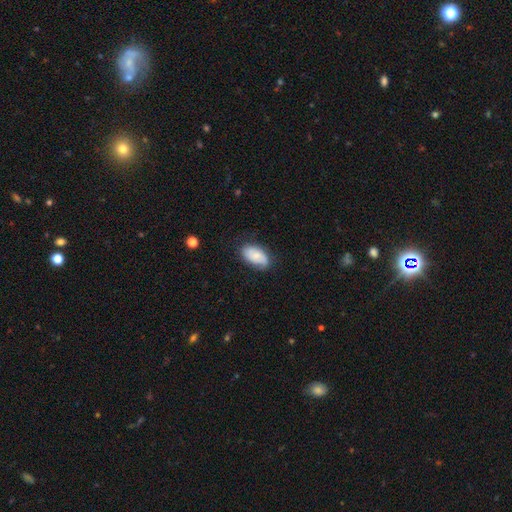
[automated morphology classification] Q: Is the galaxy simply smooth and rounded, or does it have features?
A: smooth — 58%.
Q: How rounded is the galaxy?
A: in between — 93%.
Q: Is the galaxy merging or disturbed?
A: none — 70%.